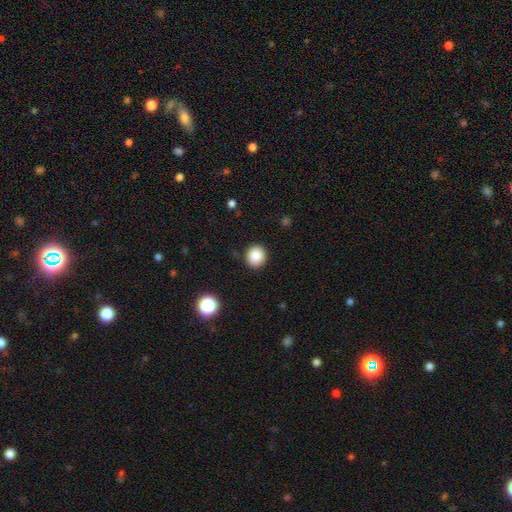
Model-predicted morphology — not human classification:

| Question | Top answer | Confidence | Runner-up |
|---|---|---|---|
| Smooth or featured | smooth | 86% | star or artifact (10%) |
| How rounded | round | 87% | in between (12%) |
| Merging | none | 90% | minor disturbance (6%) |